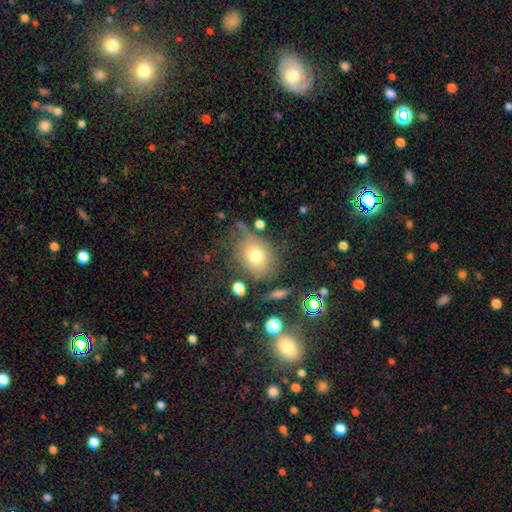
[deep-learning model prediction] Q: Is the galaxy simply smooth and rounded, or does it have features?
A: smooth — 72%.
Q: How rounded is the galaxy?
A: round — 54%.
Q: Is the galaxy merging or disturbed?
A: none — 60%.